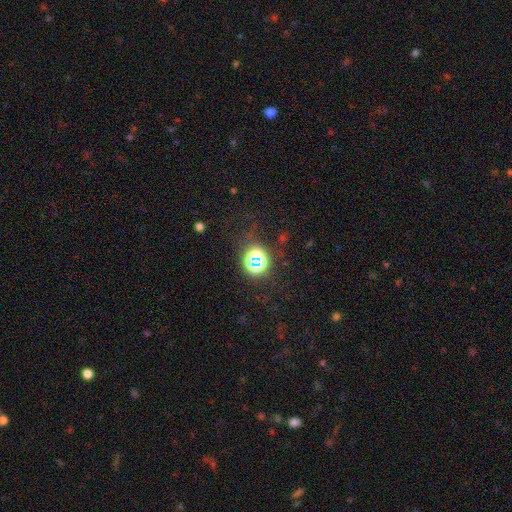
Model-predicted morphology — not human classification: smooth-or-featured: star or artifact: 61% | smooth: 30% | featured or disk: 9%